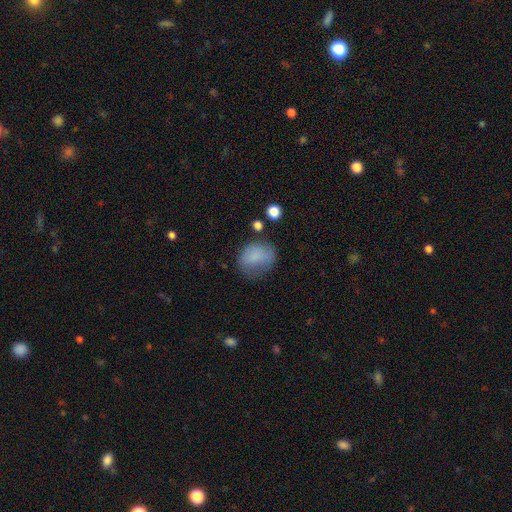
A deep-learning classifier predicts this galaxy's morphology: type=smooth (79%); roundness=round (54%); merging=none (53%).